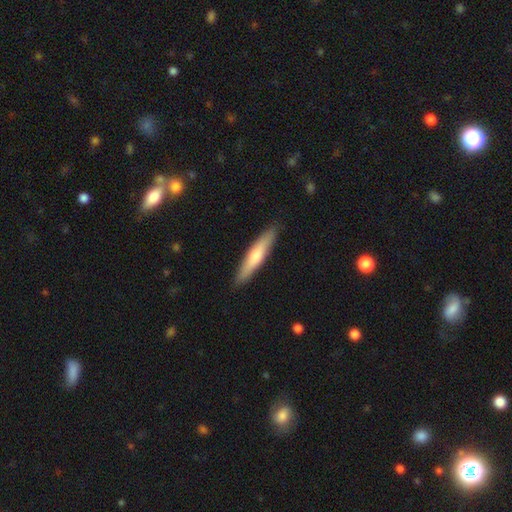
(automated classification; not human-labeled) A smooth galaxy with no disk features (54%) that is cigar-shaped (89%).

Vote fractions:
- Smooth or featured? smooth: 54% / featured or disk: 40% / star or artifact: 6%
- How rounded? cigar-shaped: 89% / in between: 10% / round: 1%
- Merging? none: 90% / minor disturbance: 7% / major disturbance: 1% / merger: 1%